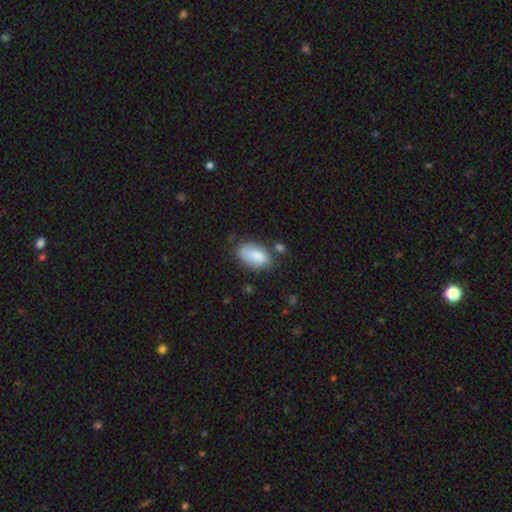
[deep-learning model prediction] This is clearly a smooth galaxy (82%). How rounded: clearly in between (93%). Merging: possibly none (59%).